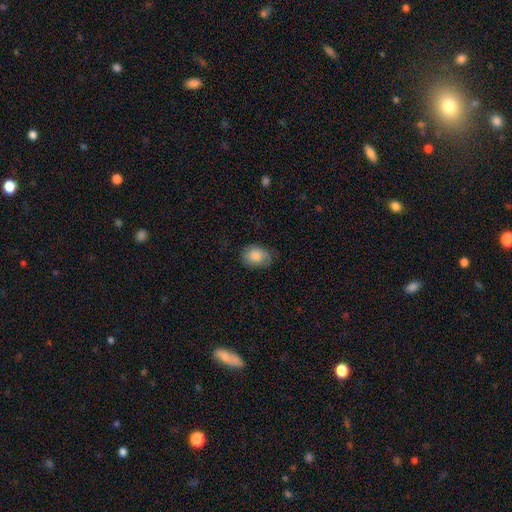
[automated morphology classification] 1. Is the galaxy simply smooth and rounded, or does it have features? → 81% smooth, 12% featured or disk, 7% star or artifact.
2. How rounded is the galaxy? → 68% in between, 31% round, 1% cigar-shaped.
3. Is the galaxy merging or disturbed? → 66% none, 26% minor disturbance, 7% major disturbance, 1% merger.